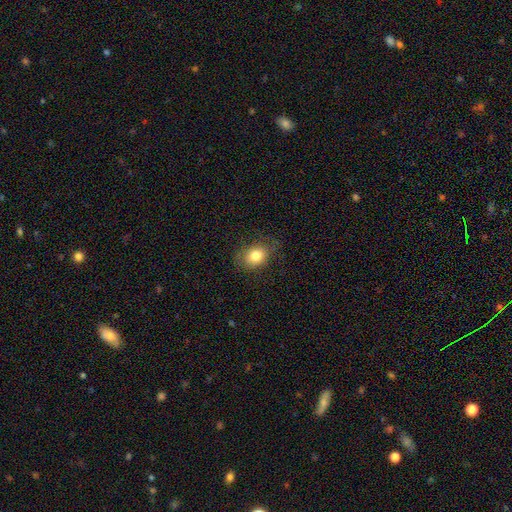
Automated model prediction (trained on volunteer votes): smooth_or_featured: smooth (p=0.80) [alt: featured or disk p=0.10]
how_rounded: in between (p=0.59) [alt: round p=0.40]
merging: none (p=0.76) [alt: minor disturbance p=0.17]